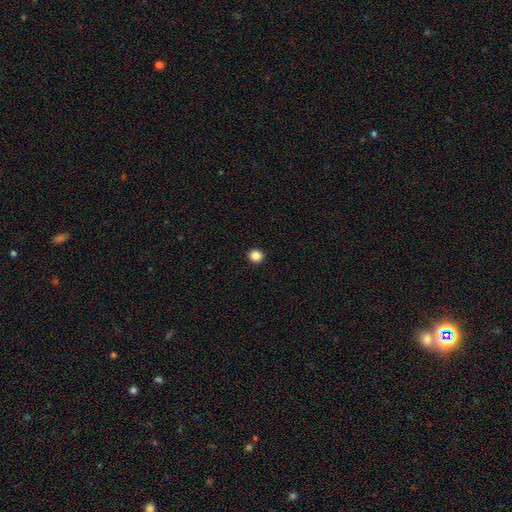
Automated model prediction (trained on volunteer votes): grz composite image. It shows a smooth galaxy with no disk features (86%) that is round (89%). Merging: none (93%).